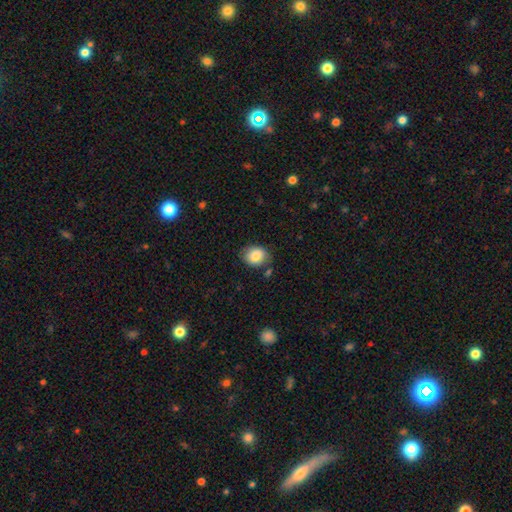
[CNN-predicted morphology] smooth-or-featured: smooth: 82% | featured or disk: 10% | star or artifact: 8%
  how-rounded: round: 52% | in between: 47% | cigar-shaped: 1%
  merging: none: 76% | minor disturbance: 16% | merger: 4% | major disturbance: 4%